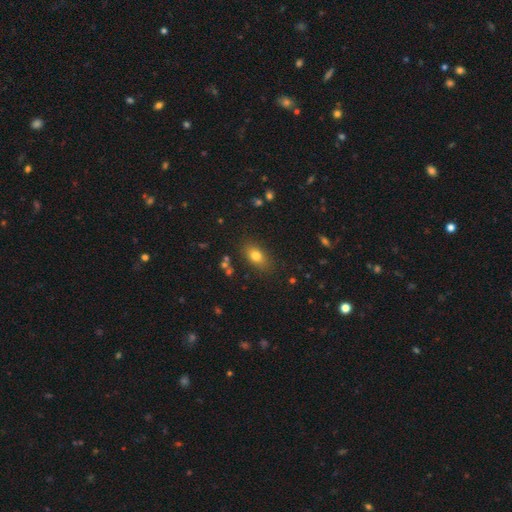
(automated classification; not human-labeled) Smooth or featured? Predicted: smooth (p=0.78). How rounded? Predicted: in between (p=0.79). Merging? Predicted: none (p=0.82).